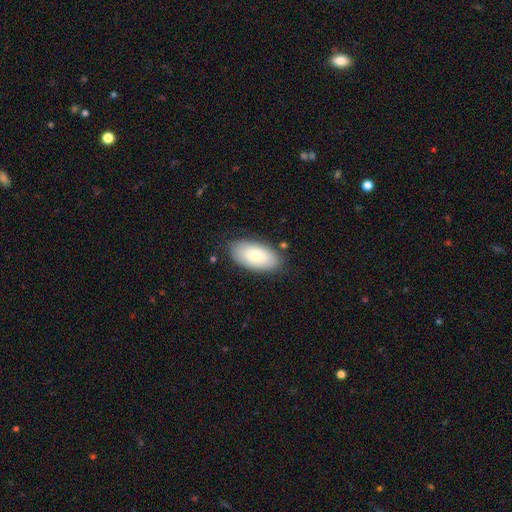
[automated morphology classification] smooth 76%, featured or disk 18%, star or artifact 6%. Down the decision tree: how rounded — in between (95%); merging — none (83%).